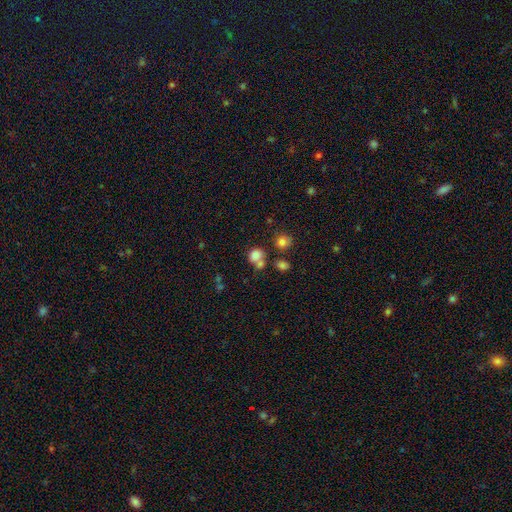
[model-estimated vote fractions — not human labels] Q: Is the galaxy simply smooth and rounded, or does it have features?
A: smooth — 78%.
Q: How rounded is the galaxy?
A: round — 67%.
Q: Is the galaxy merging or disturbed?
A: none — 45%.